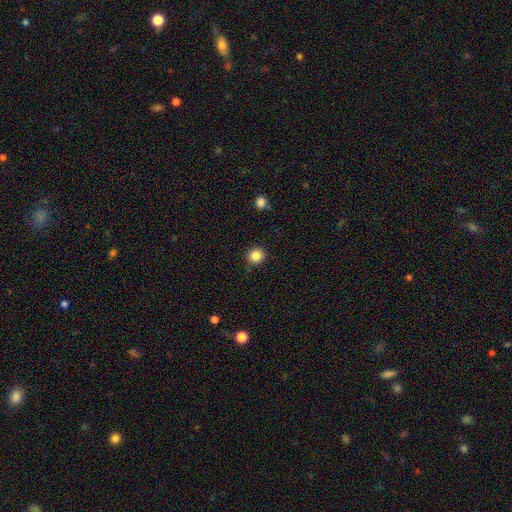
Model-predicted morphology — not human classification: A smooth galaxy with no disk features (85%) that is round (88%).

Vote fractions:
- Smooth or featured? smooth: 85% / star or artifact: 11% / featured or disk: 4%
- How rounded? round: 88% / in between: 11% / cigar-shaped: 1%
- Merging? none: 86% / minor disturbance: 10% / major disturbance: 2% / merger: 2%